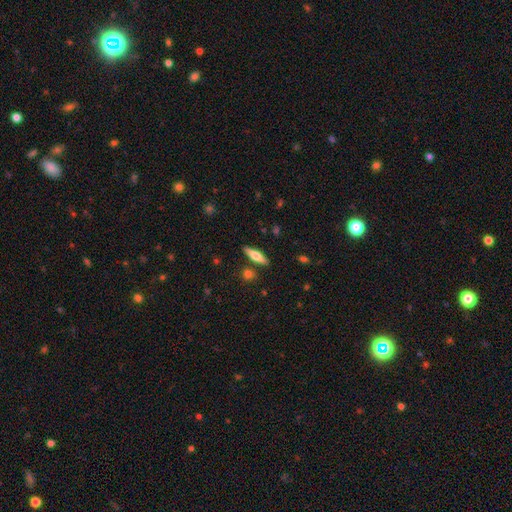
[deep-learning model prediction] Overall: smooth (52%; featured or disk 42%). How rounded: cigar-shaped (66%; in between 32%). Merging: none (85%).